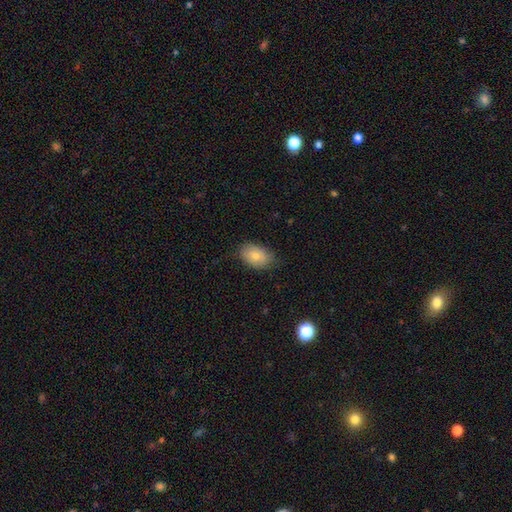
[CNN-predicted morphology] smooth 81%, featured or disk 12%, star or artifact 7%. Down the decision tree: how rounded — in between (86%); merging — none (78%).